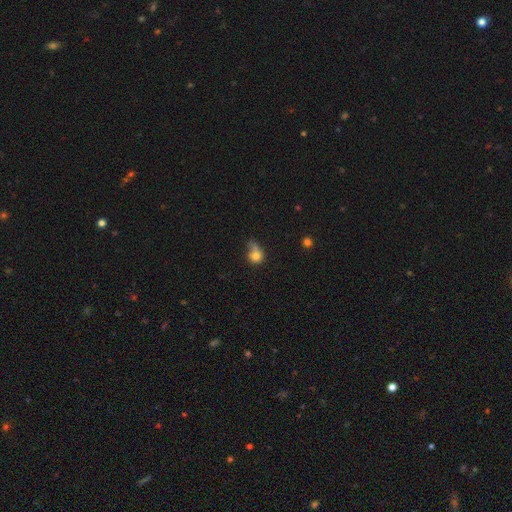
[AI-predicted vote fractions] The model was most divided on "merging": none: 31%, minor disturbance: 26%, major disturbance: 26%, merger: 18%. More confident: smooth or featured — smooth (75%); how rounded — round (66%).